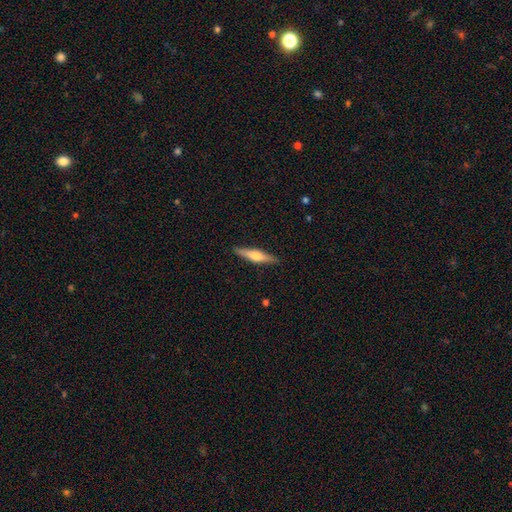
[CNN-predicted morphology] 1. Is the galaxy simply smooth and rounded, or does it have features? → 54% featured or disk, 40% smooth, 6% star or artifact.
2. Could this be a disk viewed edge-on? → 96% yes, 4% no.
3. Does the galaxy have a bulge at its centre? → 91% rounded, 5% boxy, 4% none.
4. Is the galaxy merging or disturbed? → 90% none, 7% minor disturbance, 2% major disturbance, 1% merger.